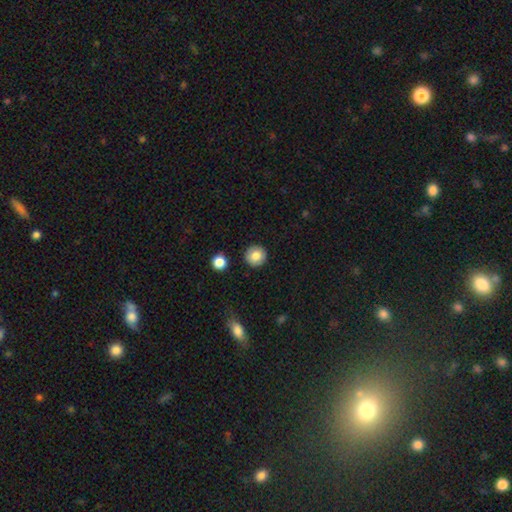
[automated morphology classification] A smooth galaxy with no disk features (83%) that is round (94%).

Vote fractions:
- Smooth or featured? smooth: 83% / star or artifact: 9% / featured or disk: 8%
- How rounded? round: 94% / in between: 5% / cigar-shaped: 1%
- Merging? none: 90% / minor disturbance: 6% / major disturbance: 2% / merger: 2%